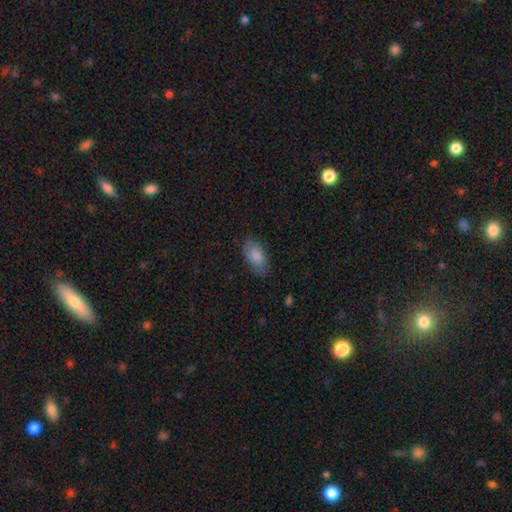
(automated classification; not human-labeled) A smooth galaxy with no disk features (84%) that is in between round and cigar-shaped (93%).

Vote fractions:
- Smooth or featured? smooth: 84% / featured or disk: 9% / star or artifact: 7%
- How rounded? in between: 93% / round: 4% / cigar-shaped: 3%
- Merging? none: 76% / minor disturbance: 18% / major disturbance: 5% / merger: 1%